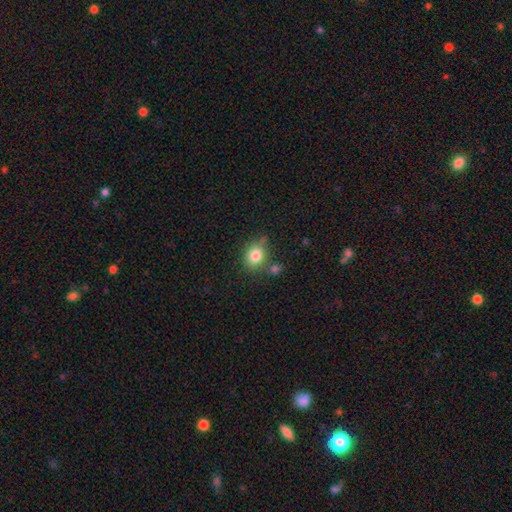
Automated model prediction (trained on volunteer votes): This is clearly a smooth galaxy (82%). How rounded: possibly round (60%). Merging: likely none (65%).